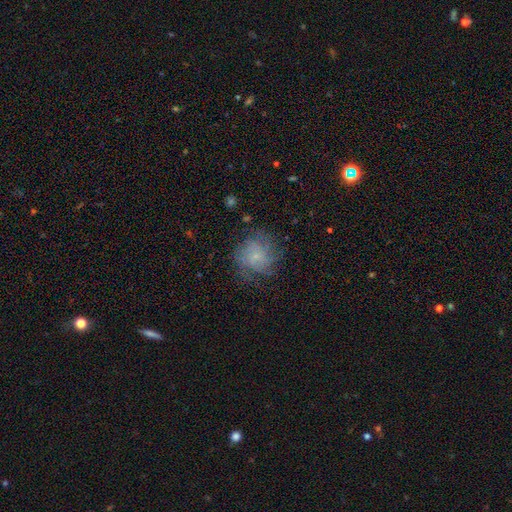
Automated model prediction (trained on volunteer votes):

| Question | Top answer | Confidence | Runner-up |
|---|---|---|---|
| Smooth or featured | featured or disk | 46% | smooth (43%) |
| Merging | none | 66% | minor disturbance (20%) |